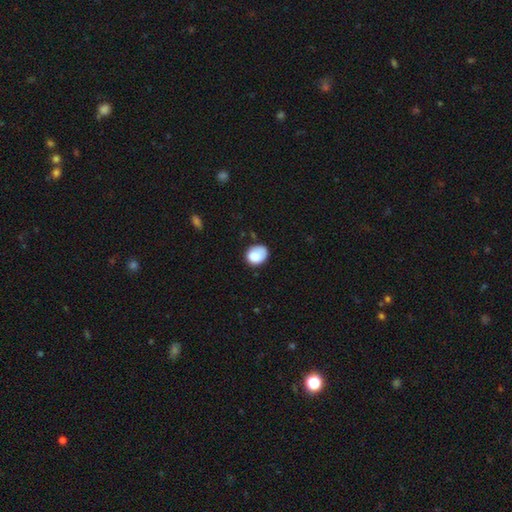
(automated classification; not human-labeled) The model was most divided on "how rounded": round: 51%, in between: 48%, cigar-shaped: 1%. More confident: smooth or featured — smooth (84%); merging — none (61%).